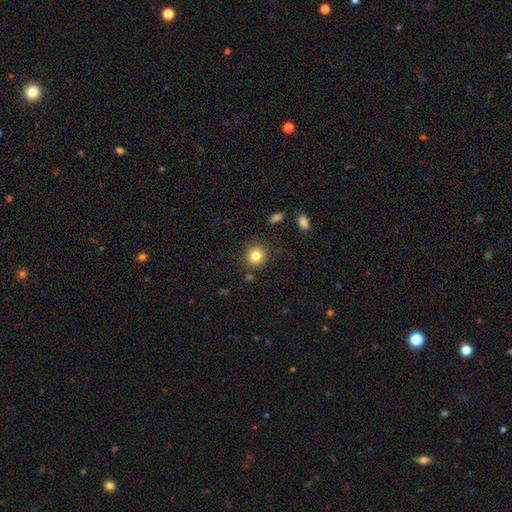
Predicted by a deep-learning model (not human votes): The model was most divided on "smooth or featured": smooth: 83%, star or artifact: 10%, featured or disk: 7%. More confident: how rounded — round (89%); merging — none (85%).